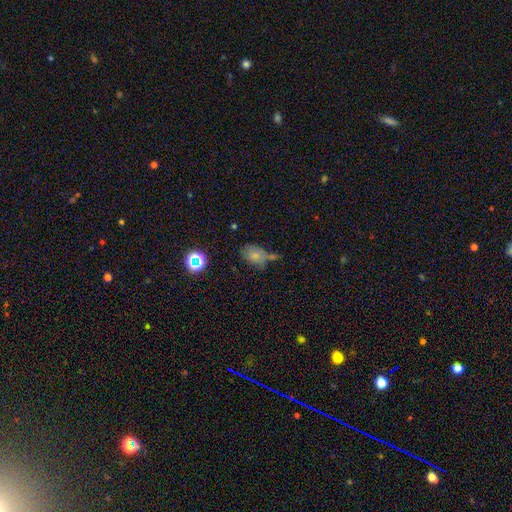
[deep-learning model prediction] Q: Smooth or featured?
A: smooth (70%); runner-up: star or artifact (15%)
Q: How rounded?
A: in between (77%); runner-up: round (21%)
Q: Merging?
A: none (41%); runner-up: minor disturbance (25%)